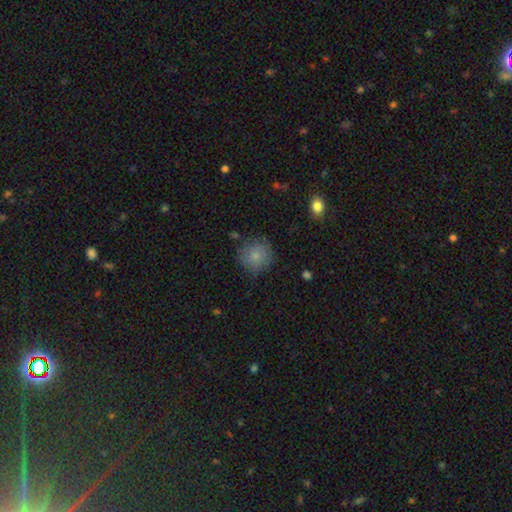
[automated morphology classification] Q: Smooth or featured?
A: smooth (79%); runner-up: featured or disk (13%)
Q: How rounded?
A: round (91%); runner-up: in between (8%)
Q: Merging?
A: none (73%); runner-up: minor disturbance (20%)